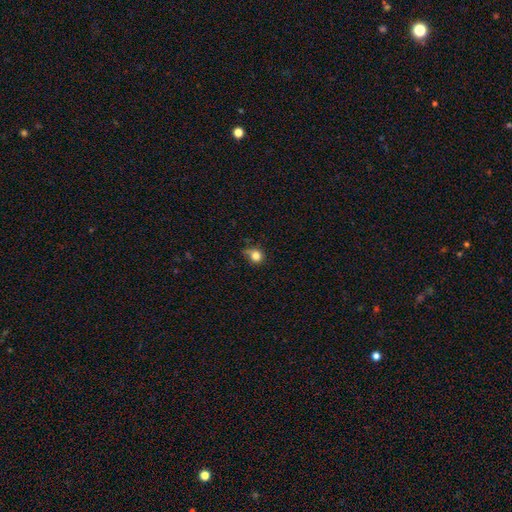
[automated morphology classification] Overall: smooth (82%). How rounded: round (83%). Merging: none (61%; minor disturbance 27%).